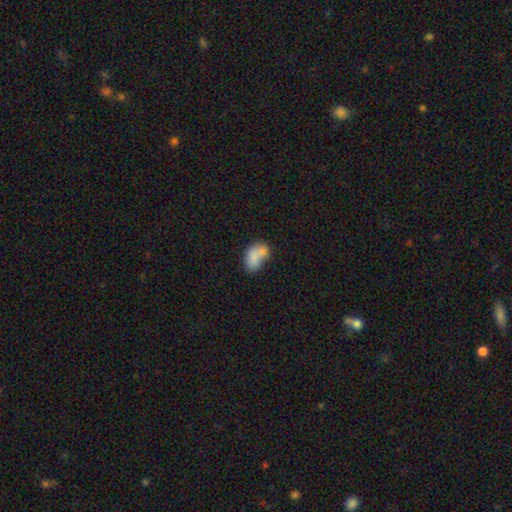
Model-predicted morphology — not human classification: Q: Smooth or featured?
A: smooth (75%); runner-up: featured or disk (16%)
Q: How rounded?
A: in between (85%); runner-up: round (14%)
Q: Merging?
A: merger (44%); runner-up: none (31%)